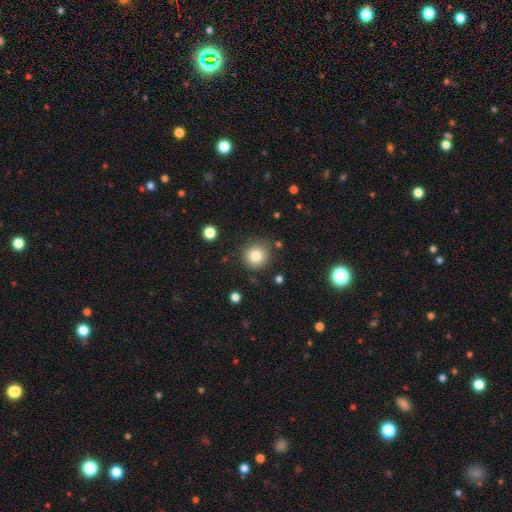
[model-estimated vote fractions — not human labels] Smooth or featured?
  - smooth: 82% *
  - star or artifact: 11%
  - featured or disk: 7%
How rounded?
  - round: 93% *
  - in between: 6%
  - cigar-shaped: 1%
Merging?
  - none: 85% *
  - minor disturbance: 9%
  - major disturbance: 3%
  - merger: 3%